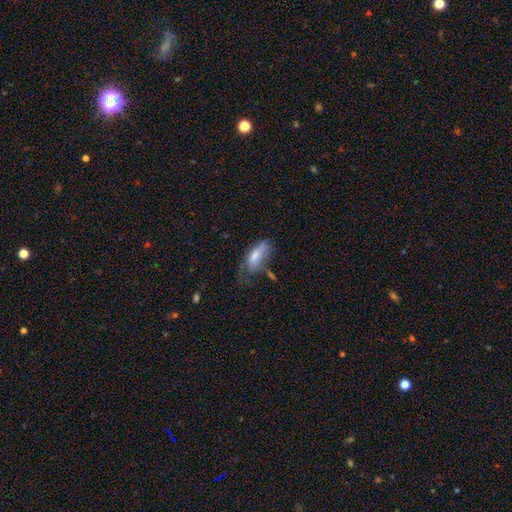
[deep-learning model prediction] Morphology: type=smooth (74%); roundness=in between (81%); merging=none (36%).